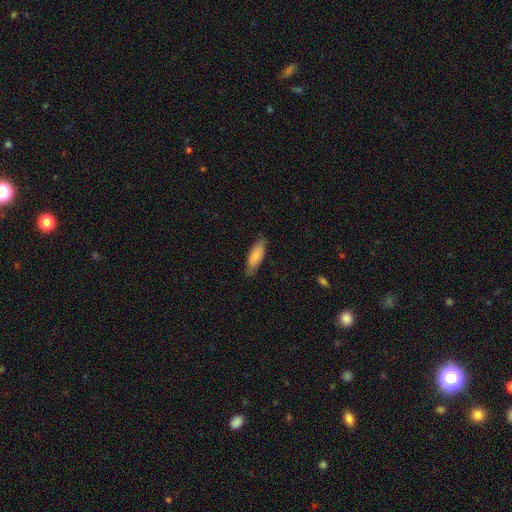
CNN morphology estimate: Q: Smooth or featured?
A: smooth (78%); runner-up: featured or disk (17%)
Q: How rounded?
A: in between (68%); runner-up: cigar-shaped (30%)
Q: Merging?
A: none (79%); runner-up: minor disturbance (17%)